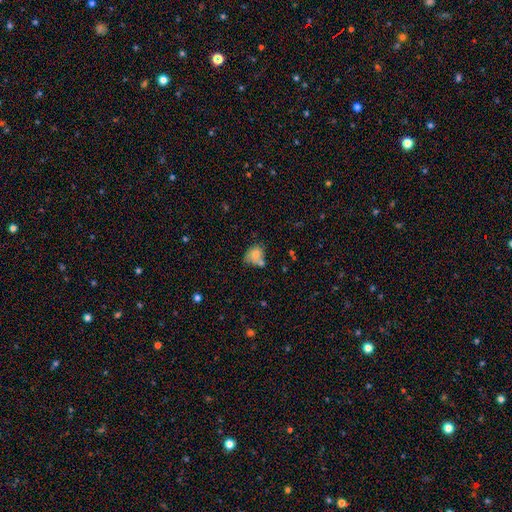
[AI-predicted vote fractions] Smooth or featured? smooth (74%)
How rounded? round (50%)
Merging? none (41%)